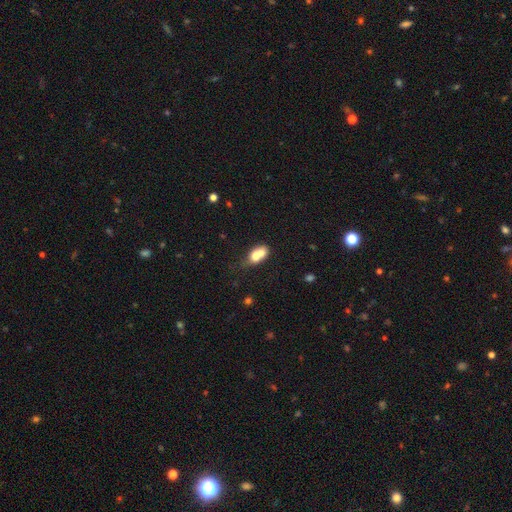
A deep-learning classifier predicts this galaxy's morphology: Q: Smooth or featured?
A: smooth (67%); runner-up: featured or disk (24%)
Q: How rounded?
A: in between (65%); runner-up: round (30%)
Q: Merging?
A: merger (65%); runner-up: none (20%)